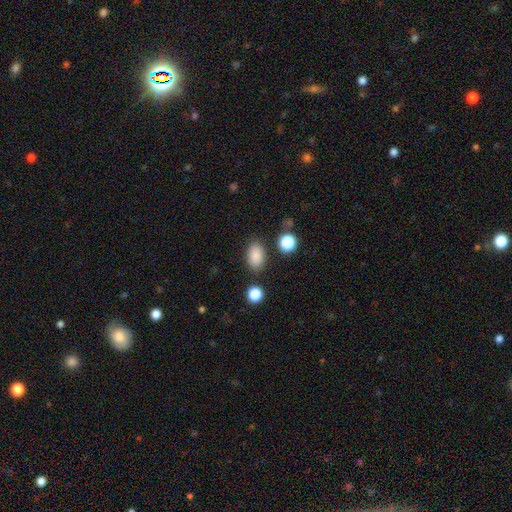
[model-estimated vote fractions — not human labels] Overall: smooth (86%). How rounded: in between (88%). Merging: none (83%).